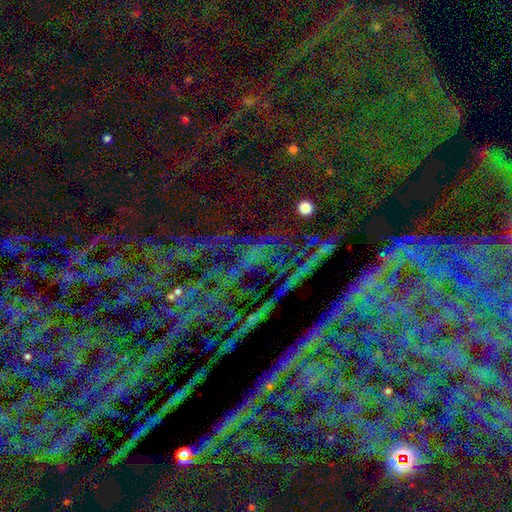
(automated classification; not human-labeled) This appears to be a star or artifact, not a galaxy (82%).